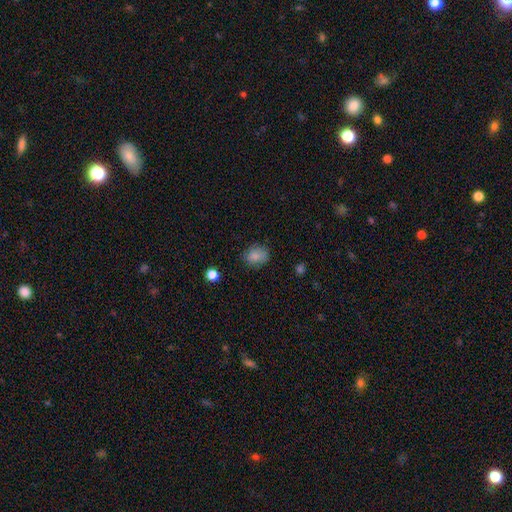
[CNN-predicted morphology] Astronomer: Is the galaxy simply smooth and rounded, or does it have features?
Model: smooth — 82%.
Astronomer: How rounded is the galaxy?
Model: round — 53% (runner-up: in between, 46%).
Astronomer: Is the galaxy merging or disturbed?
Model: none — 74%.